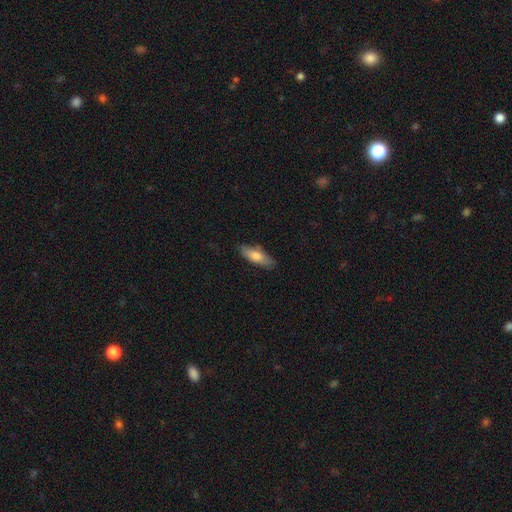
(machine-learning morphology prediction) The model was most divided on "how rounded": in between: 59%, cigar-shaped: 38%, round: 2%. More confident: merging — none (81%); smooth or featured — smooth (71%).